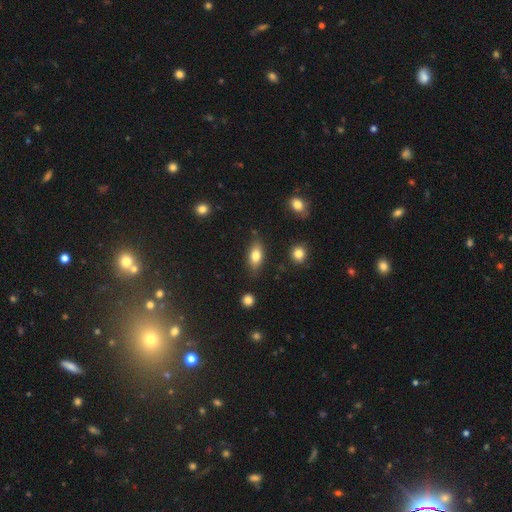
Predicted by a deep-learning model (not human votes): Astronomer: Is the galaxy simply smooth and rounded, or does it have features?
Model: smooth — 77%.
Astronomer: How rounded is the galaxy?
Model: in between — 84%.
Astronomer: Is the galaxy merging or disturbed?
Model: none — 80%.